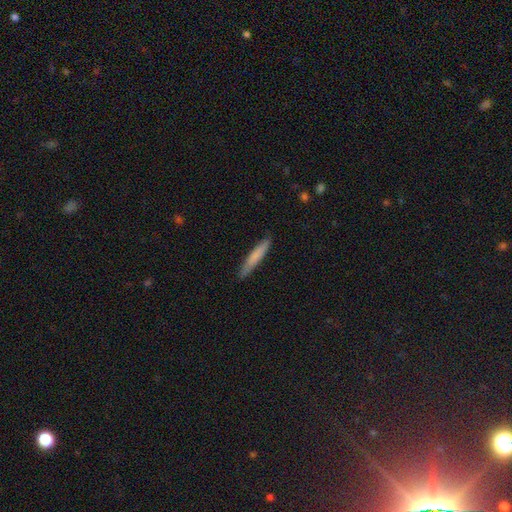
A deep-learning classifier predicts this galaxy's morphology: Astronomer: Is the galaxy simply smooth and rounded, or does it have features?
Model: smooth — 74%.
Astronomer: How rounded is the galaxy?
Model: cigar-shaped — 93%.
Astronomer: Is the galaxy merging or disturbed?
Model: none — 87%.